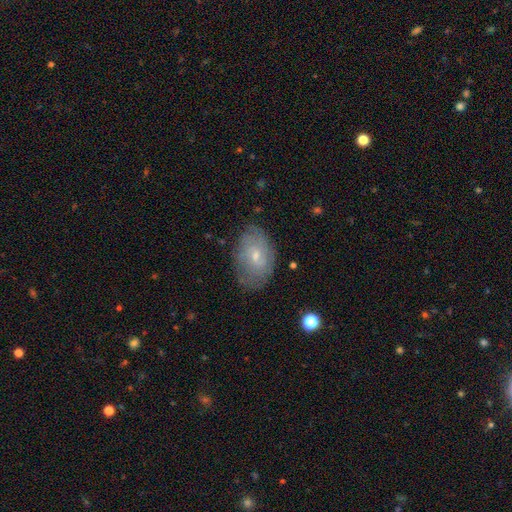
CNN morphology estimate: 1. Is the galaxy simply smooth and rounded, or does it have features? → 48% smooth, 44% featured or disk, 8% star or artifact.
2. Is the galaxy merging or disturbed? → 71% none, 21% minor disturbance, 7% major disturbance, 1% merger.